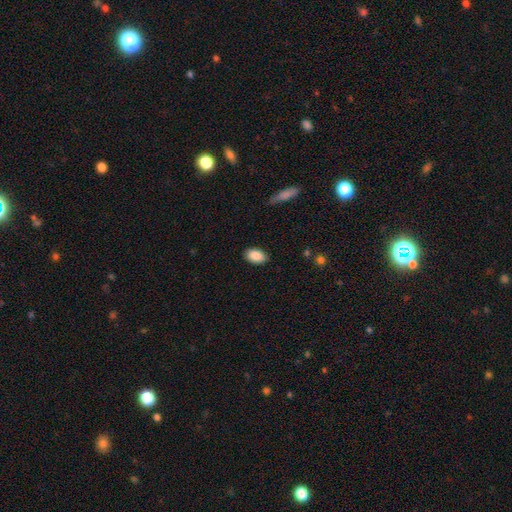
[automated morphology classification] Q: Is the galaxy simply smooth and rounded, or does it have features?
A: smooth — 89%.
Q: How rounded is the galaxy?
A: in between — 91%.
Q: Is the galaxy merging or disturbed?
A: none — 88%.